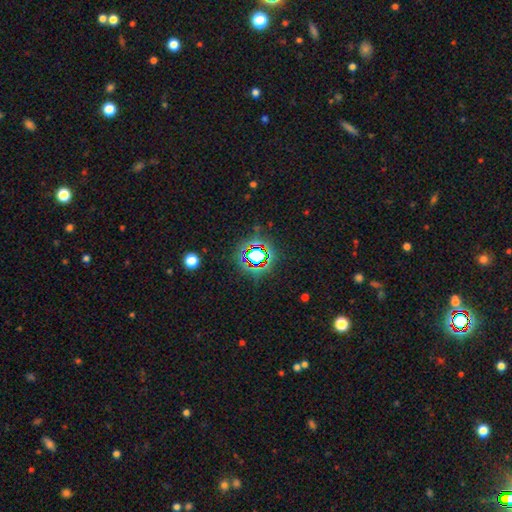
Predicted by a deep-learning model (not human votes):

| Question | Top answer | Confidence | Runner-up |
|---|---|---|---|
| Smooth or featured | star or artifact | 67% | smooth (21%) |